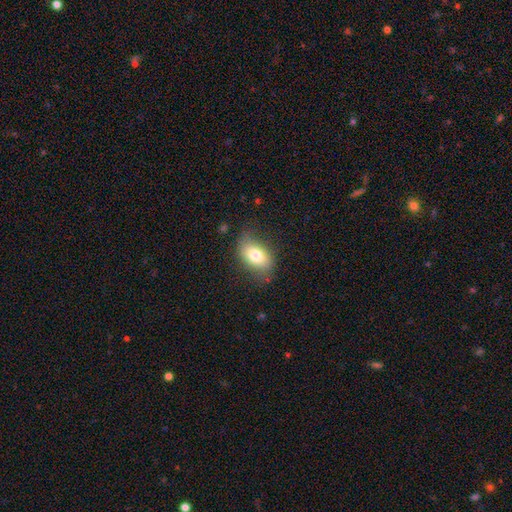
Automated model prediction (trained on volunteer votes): Overall: smooth (74%). How rounded: in between (88%). Merging: none (69%).